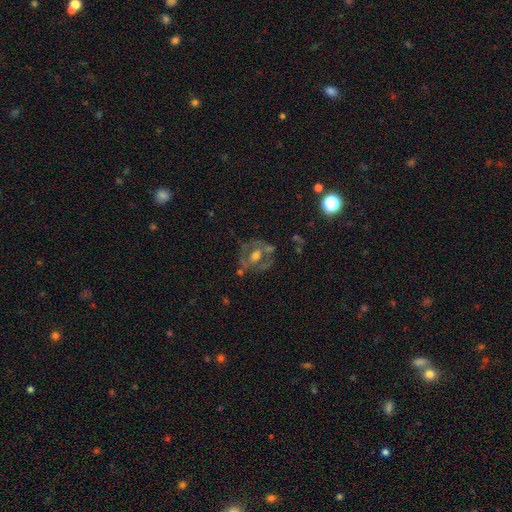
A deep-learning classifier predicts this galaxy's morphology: Q: Smooth or featured?
A: featured or disk (64%); runner-up: smooth (27%)
Q: Edge-on disk?
A: no (95%); runner-up: yes (5%)
Q: Bar?
A: no (61%); runner-up: weak (27%)
Q: Spiral arms?
A: no (72%); runner-up: yes (28%)
Q: Bulge size?
A: moderate (68%); runner-up: small (17%)
Q: Merging?
A: none (55%); runner-up: minor disturbance (21%)